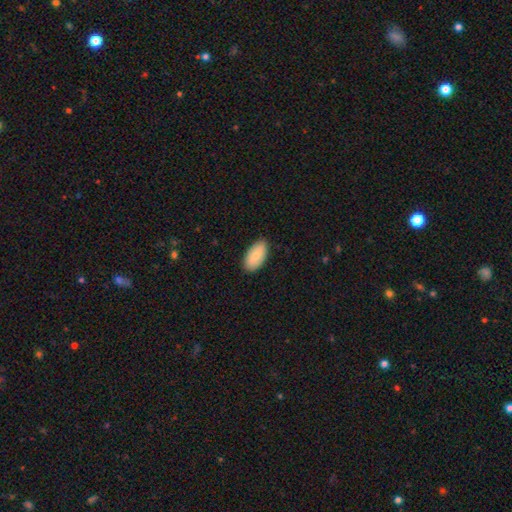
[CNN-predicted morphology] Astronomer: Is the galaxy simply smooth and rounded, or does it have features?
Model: smooth — 78%.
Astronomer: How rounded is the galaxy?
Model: in between — 95%.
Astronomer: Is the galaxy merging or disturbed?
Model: none — 85%.